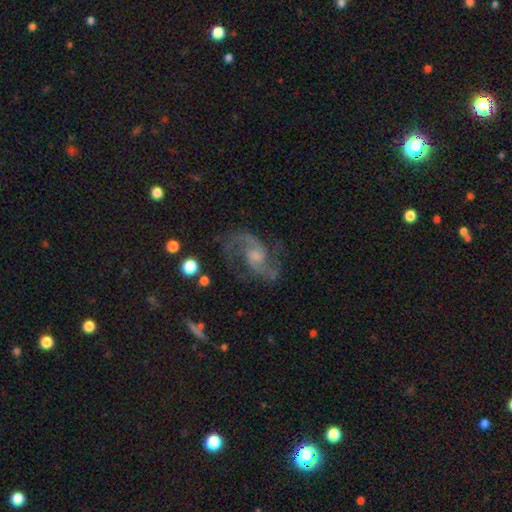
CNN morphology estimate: smooth_or_featured: featured or disk (p=0.89) [alt: star or artifact p=0.06]
disk_edge_on: no (p=0.98) [alt: yes p=0.02]
bar: no (p=0.48) [alt: weak p=0.44]
has_spiral_arms: yes (p=0.97) [alt: no p=0.03]
spiral_winding: medium (p=0.56) [alt: loose p=0.31]
spiral_arm_count: 2 (p=0.90) [alt: can't tell p=0.03]
bulge_size: small (p=0.44) [alt: moderate p=0.30]
merging: none (p=0.69) [alt: minor disturbance p=0.17]